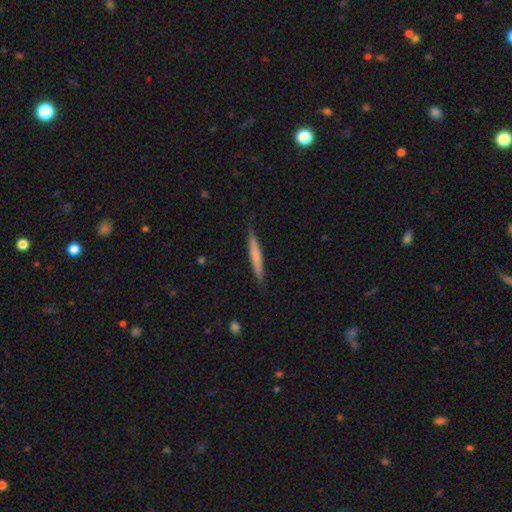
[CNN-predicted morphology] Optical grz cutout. It shows a smooth galaxy with no disk features (60%) that is cigar-shaped (95%). Merging: none (86%).